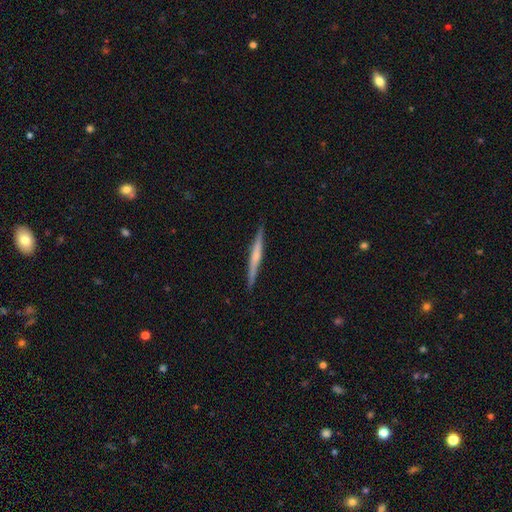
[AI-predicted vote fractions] featured or disk 59%, smooth 36%, star or artifact 6%. Down the decision tree: edge-on disk — yes (98%); edge-on bulge — none (49%); merging — none (91%).